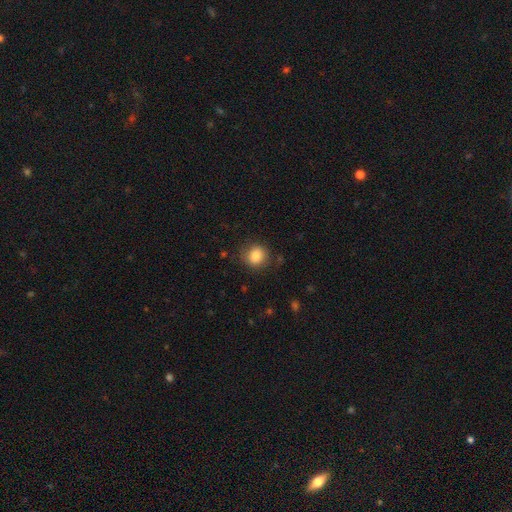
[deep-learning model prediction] smooth_or_featured: smooth (p=0.85) [alt: star or artifact p=0.09]
how_rounded: round (p=0.82) [alt: in between p=0.17]
merging: none (p=0.82) [alt: minor disturbance p=0.13]